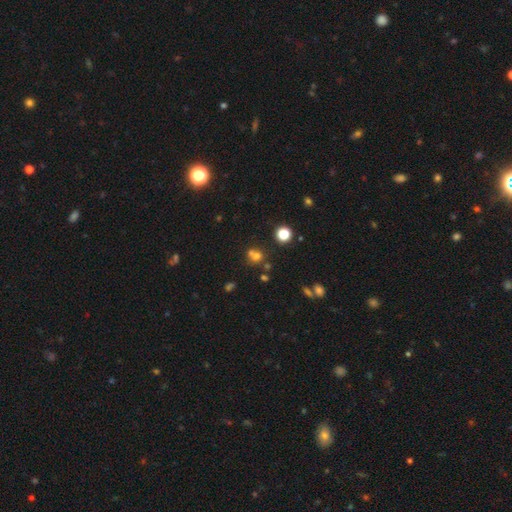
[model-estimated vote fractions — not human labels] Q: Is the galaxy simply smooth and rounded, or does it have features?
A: smooth — 65%.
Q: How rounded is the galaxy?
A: round — 79%.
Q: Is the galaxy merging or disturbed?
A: none — 47%.